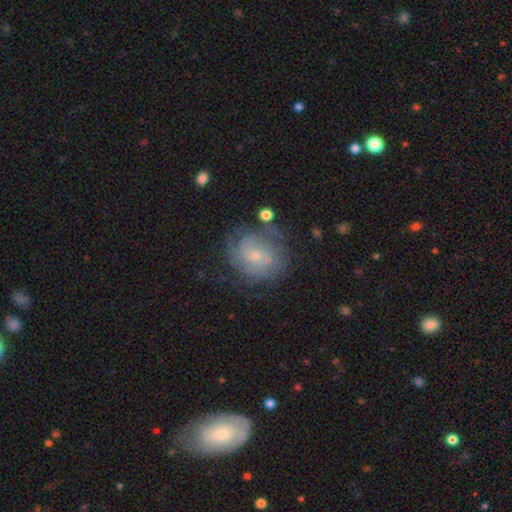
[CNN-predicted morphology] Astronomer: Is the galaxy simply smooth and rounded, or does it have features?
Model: featured or disk — 73%.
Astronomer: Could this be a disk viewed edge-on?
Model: no — 97%.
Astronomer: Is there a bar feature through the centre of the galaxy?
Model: no — 67%.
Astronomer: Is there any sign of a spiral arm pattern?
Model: yes — 89%.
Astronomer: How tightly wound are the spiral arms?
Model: tight — 62%.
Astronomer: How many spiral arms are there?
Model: can't tell — 41% (runner-up: 2, 25%).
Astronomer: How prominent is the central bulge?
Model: small — 67%.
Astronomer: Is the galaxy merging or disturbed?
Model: none — 67%.